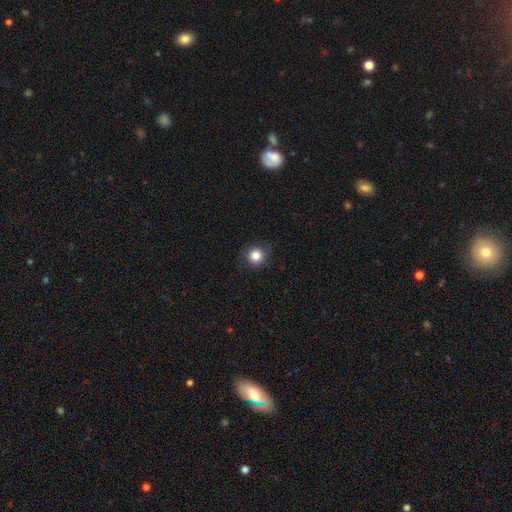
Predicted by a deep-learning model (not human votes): smooth_or_featured: smooth (p=0.83) [alt: star or artifact p=0.11]
how_rounded: round (p=0.91) [alt: in between p=0.08]
merging: none (p=0.86) [alt: minor disturbance p=0.10]